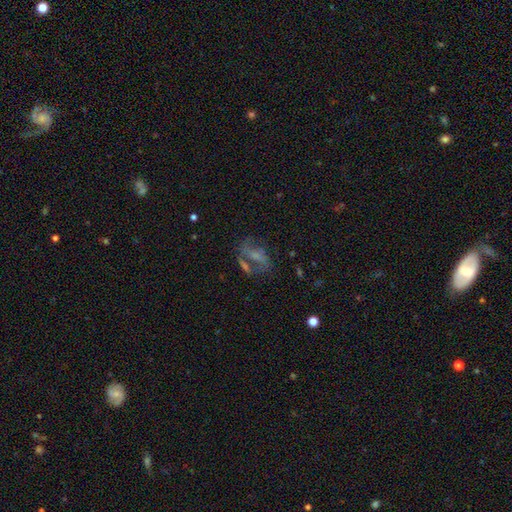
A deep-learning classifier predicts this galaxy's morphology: smooth-or-featured: featured or disk: 54% | smooth: 30% | star or artifact: 16%
  disk-edge-on: no: 92% | yes: 8%
  merging: none: 47% | major disturbance: 20% | minor disturbance: 18% | merger: 15%